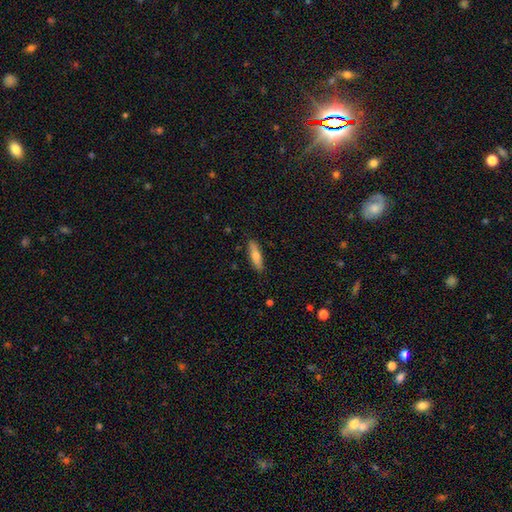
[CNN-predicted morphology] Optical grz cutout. It shows a smooth galaxy with no disk features (69%) that is cigar-shaped (60%). Merging: none (87%).